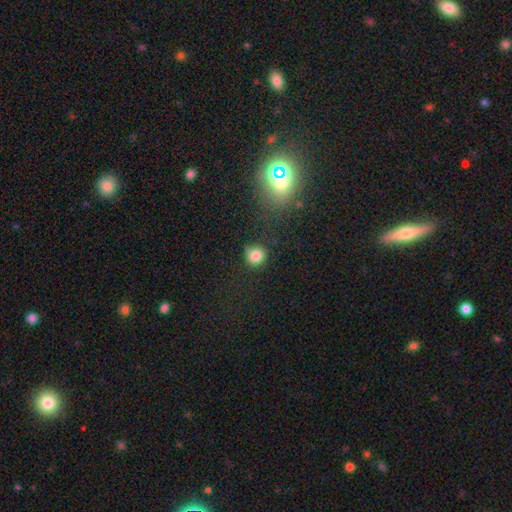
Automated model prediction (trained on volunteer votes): A smooth galaxy with no disk features (83%) that is round (88%). Merging: none (70%).